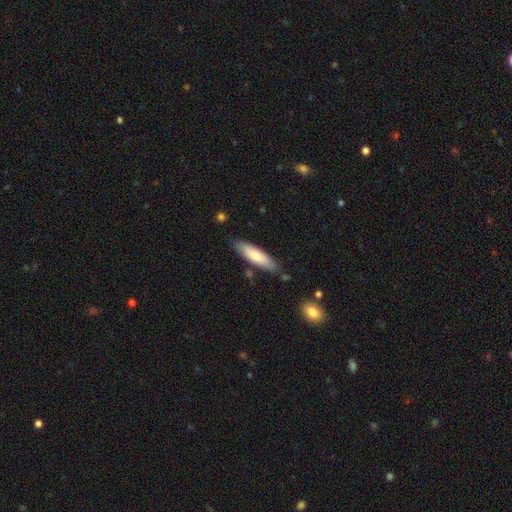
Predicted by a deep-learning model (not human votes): This appears to be a smooth galaxy with no disk features (71%) that is cigar-shaped (64%). Merging: none (82%).